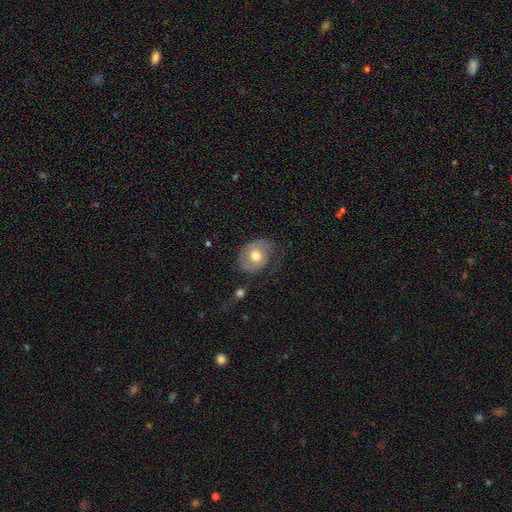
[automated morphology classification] A smooth galaxy with no disk features (59%) that is round (50%). Merging: none (47%).